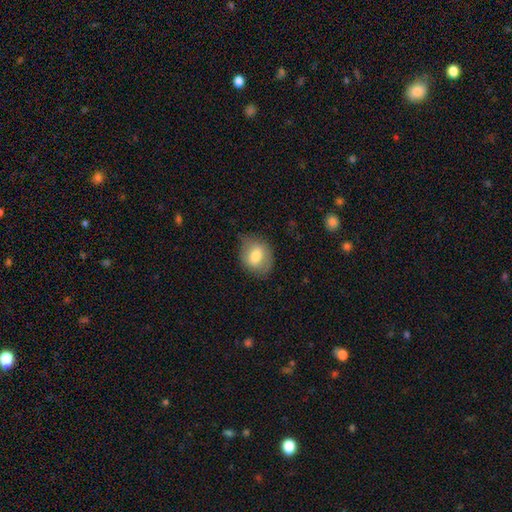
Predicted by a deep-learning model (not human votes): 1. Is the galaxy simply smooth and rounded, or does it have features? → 70% smooth, 22% featured or disk, 7% star or artifact.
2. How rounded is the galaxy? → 50% round, 49% in between, 1% cigar-shaped.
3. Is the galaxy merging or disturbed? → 71% none, 22% minor disturbance, 6% major disturbance, 1% merger.